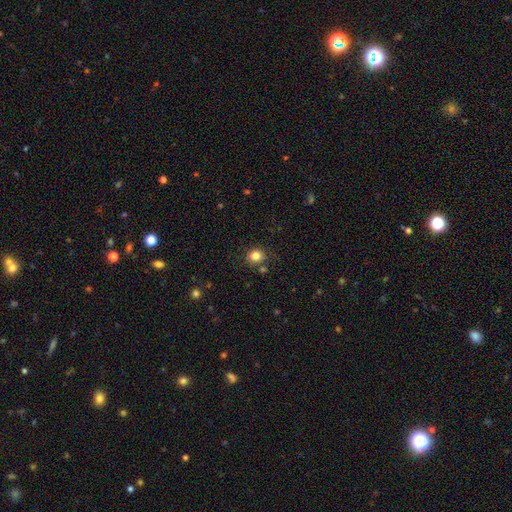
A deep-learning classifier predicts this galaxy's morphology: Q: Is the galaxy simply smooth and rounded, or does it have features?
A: smooth — 82%.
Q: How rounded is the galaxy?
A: round — 84%.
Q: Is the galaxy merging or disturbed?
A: none — 82%.